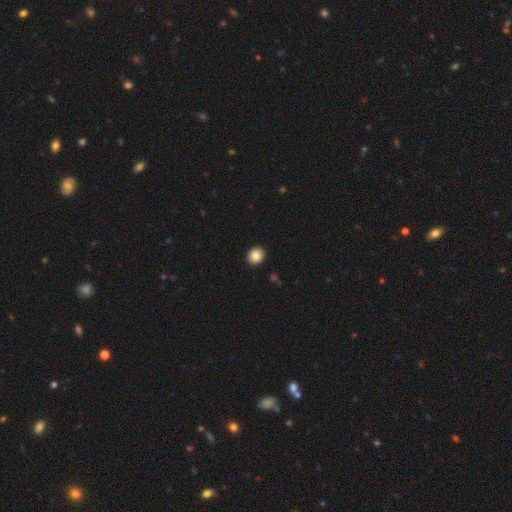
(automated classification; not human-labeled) Morphology: type=smooth (86%); roundness=round (67%); merging=none (93%).